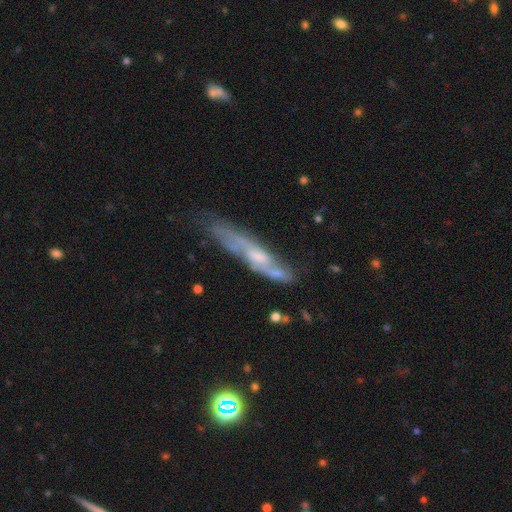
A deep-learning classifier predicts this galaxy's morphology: featured or disk 64%, smooth 27%, star or artifact 9%. Down the decision tree: edge-on disk — yes (58%); merging — none (55%).